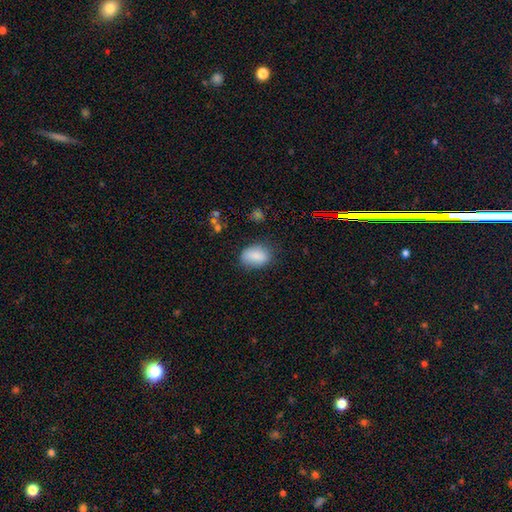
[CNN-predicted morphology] This appears to be a smooth galaxy with no disk features (83%) that is in between round and cigar-shaped (78%). Merging: none (71%).